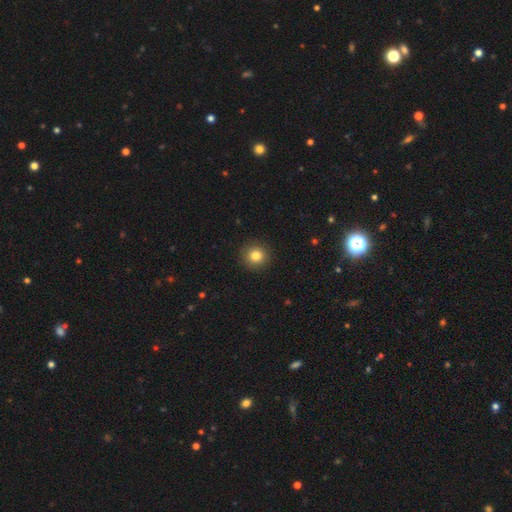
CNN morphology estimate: Smooth or featured?
  - smooth: 82% *
  - star or artifact: 11%
  - featured or disk: 7%
How rounded?
  - round: 93% *
  - in between: 6%
  - cigar-shaped: 1%
Merging?
  - none: 92% *
  - minor disturbance: 5%
  - major disturbance: 2%
  - merger: 1%